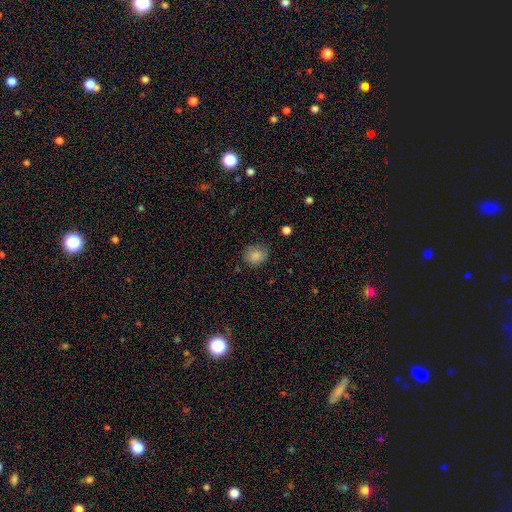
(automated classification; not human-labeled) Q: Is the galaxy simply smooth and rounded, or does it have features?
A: smooth — 85%.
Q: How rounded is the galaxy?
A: round — 77%.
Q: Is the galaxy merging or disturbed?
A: none — 78%.